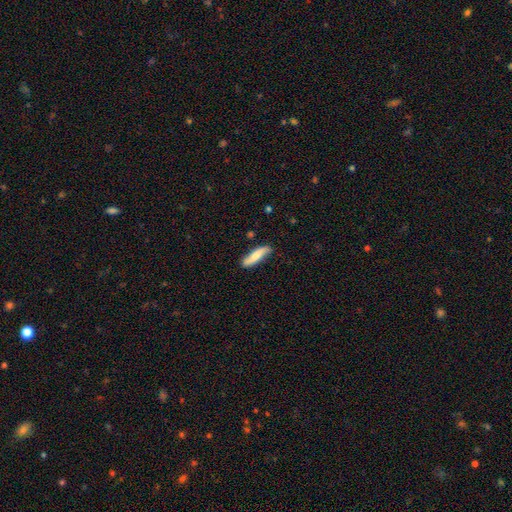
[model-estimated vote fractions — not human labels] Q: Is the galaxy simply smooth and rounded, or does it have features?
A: smooth — 62%.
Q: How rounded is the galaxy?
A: cigar-shaped — 67%.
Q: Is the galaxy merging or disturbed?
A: none — 78%.